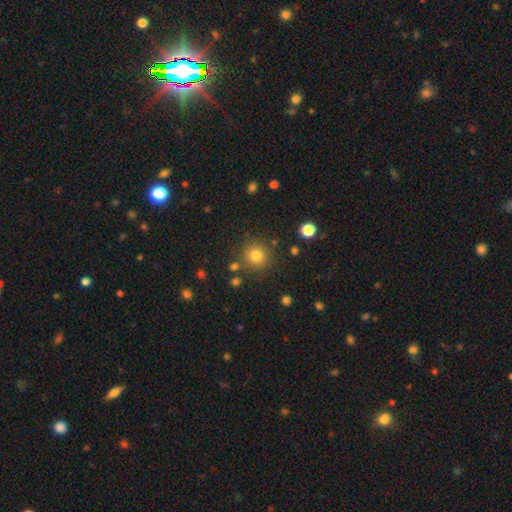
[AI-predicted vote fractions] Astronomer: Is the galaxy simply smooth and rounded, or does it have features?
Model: smooth — 80%.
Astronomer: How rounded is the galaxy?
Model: round — 93%.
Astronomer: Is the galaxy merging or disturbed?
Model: none — 84%.